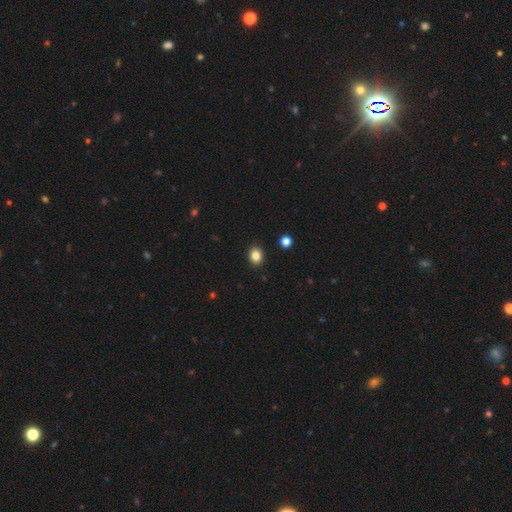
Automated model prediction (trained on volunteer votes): smooth_or_featured: smooth (p=0.85) [alt: star or artifact p=0.10]
how_rounded: round (p=0.50) [alt: in between p=0.49]
merging: none (p=0.90) [alt: minor disturbance p=0.06]